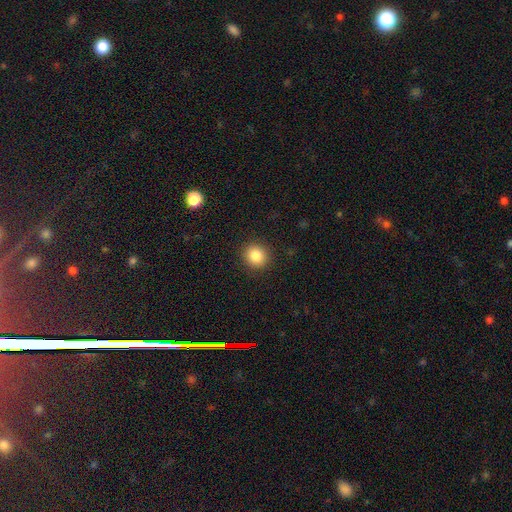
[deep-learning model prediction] This appears to be a smooth galaxy with no disk features (85%) that is round (87%). Merging: none (91%).